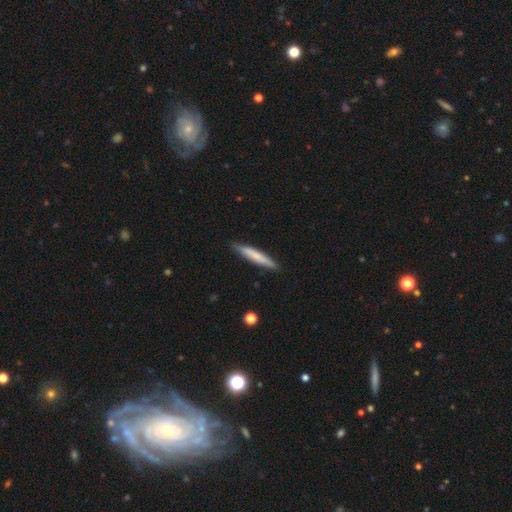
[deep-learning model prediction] Smooth or featured?
  - smooth: 68% *
  - featured or disk: 27%
  - star or artifact: 5%
How rounded?
  - cigar-shaped: 93% *
  - in between: 6%
  - round: 1%
Merging?
  - none: 88% *
  - minor disturbance: 9%
  - major disturbance: 2%
  - merger: 1%